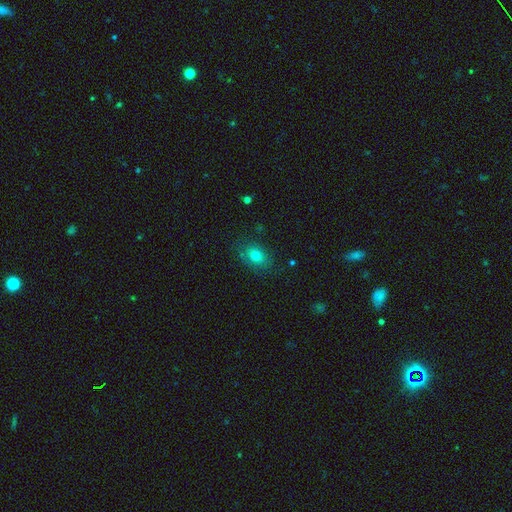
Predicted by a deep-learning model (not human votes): Smooth or featured: smooth — 76% (featured or disk — 13%)
How rounded: in between — 71% (round — 28%)
Merging: none — 78% (minor disturbance — 16%)